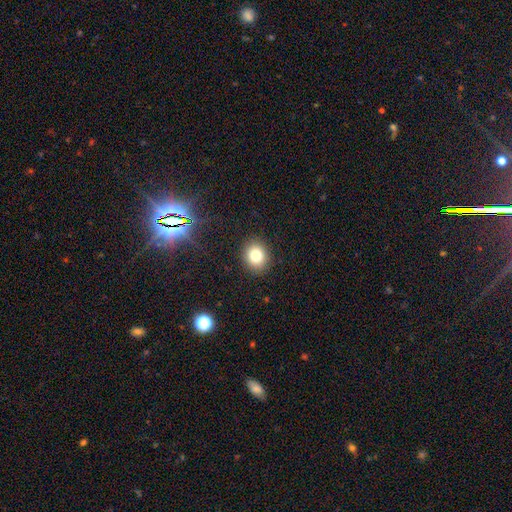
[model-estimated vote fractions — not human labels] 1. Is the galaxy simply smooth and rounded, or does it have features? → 80% smooth, 12% star or artifact, 7% featured or disk.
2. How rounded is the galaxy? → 69% round, 30% in between, 1% cigar-shaped.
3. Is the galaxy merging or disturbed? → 90% none, 7% minor disturbance, 2% major disturbance, 1% merger.